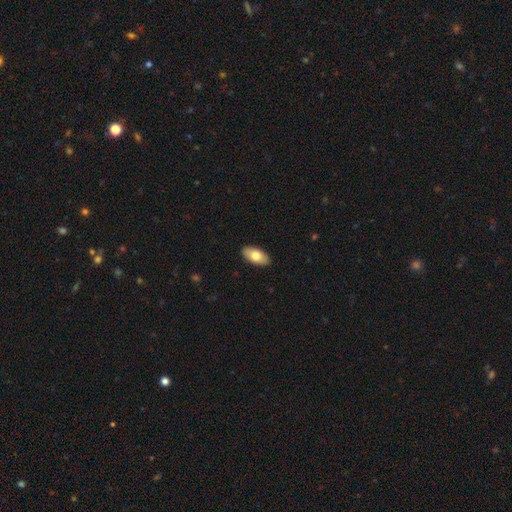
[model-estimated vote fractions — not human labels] Smooth or featured: smooth — 76% (featured or disk — 18%)
How rounded: in between — 93% (cigar-shaped — 4%)
Merging: none — 90% (minor disturbance — 7%)